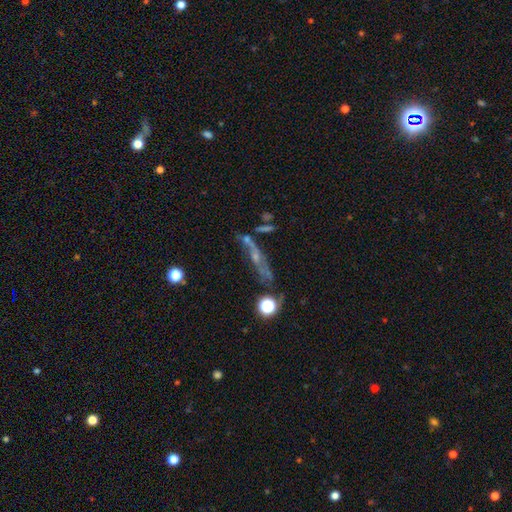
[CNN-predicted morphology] This is possibly a featured or disk galaxy (57%). It is likely viewed edge-on (60%). Merging: possibly none (48%).